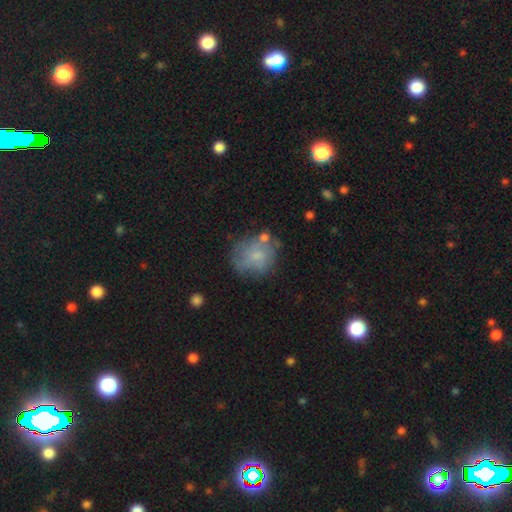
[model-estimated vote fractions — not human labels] Overall: smooth (58%; featured or disk 32%). How rounded: round (68%; in between 30%). Merging: none (52%; minor disturbance 26%).